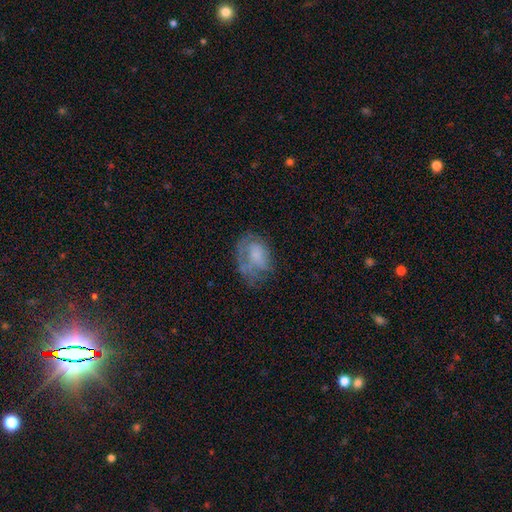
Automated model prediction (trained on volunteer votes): This appears to be a smooth galaxy with no disk features (50%). Merging: none (42%).